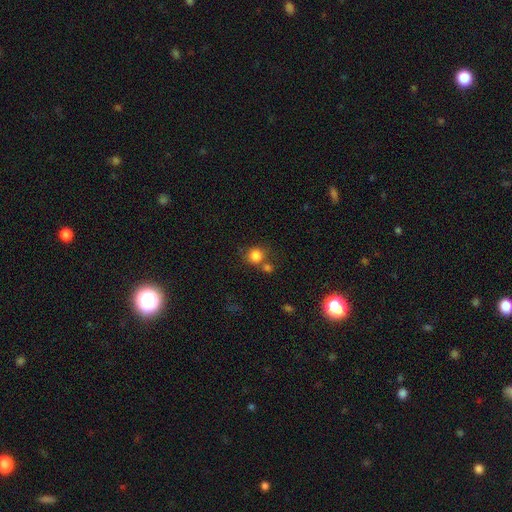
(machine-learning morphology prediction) Smooth or featured? Predicted: smooth (p=0.82). How rounded? Predicted: round (p=0.87). Merging? Predicted: none (p=0.61).